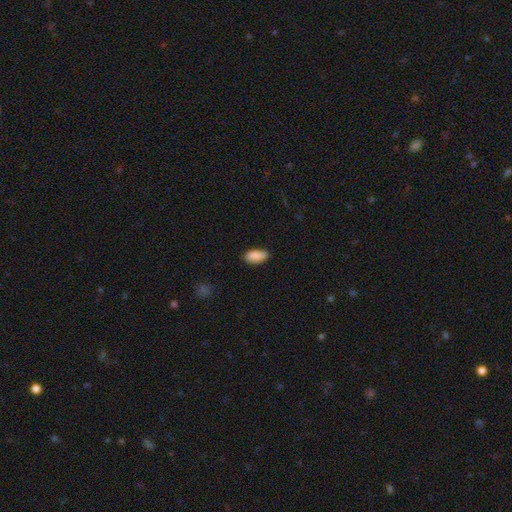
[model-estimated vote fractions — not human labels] Smooth or featured? Predicted: smooth (p=0.89). How rounded? Predicted: in between (p=0.90). Merging? Predicted: none (p=0.80).